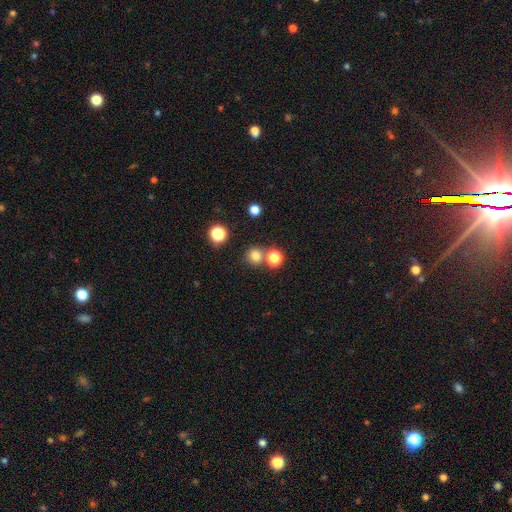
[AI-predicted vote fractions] smooth-or-featured: smooth: 77% | star or artifact: 17% | featured or disk: 6%
  how-rounded: round: 90% | in between: 9% | cigar-shaped: 1%
  merging: none: 70% | merger: 20% | minor disturbance: 7% | major disturbance: 3%